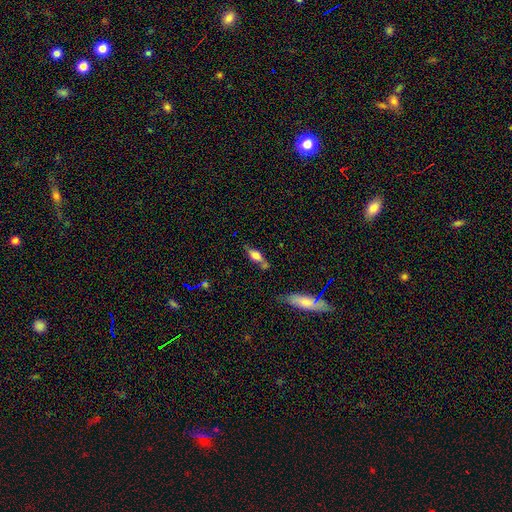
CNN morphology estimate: smooth 60%, featured or disk 31%, star or artifact 9%. Down the decision tree: how rounded — in between (65%); merging — none (55%).